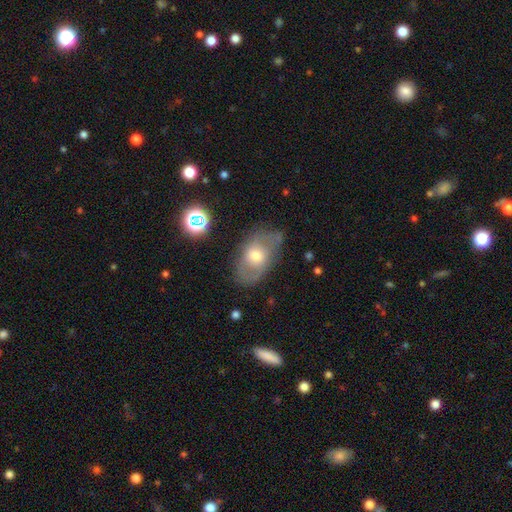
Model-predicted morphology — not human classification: smooth-or-featured: featured or disk: 46% (tied) | smooth: 46% (tied) | star or artifact: 9%
  merging: none: 68% | minor disturbance: 21% | major disturbance: 9% | merger: 2%